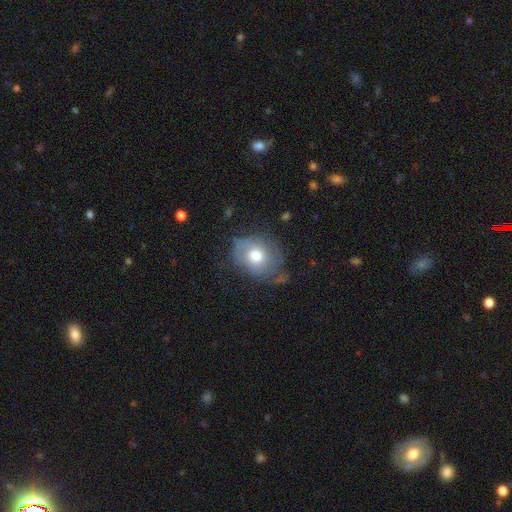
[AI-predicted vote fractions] smooth 60%, featured or disk 32%, star or artifact 8%. Down the decision tree: how rounded — round (50%); merging — none (50%).